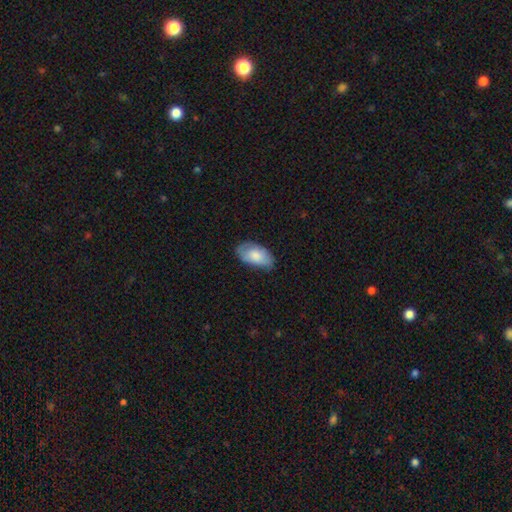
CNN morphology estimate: This appears to be a smooth galaxy with no disk features (78%) that is in between round and cigar-shaped (95%). Merging: none (65%).